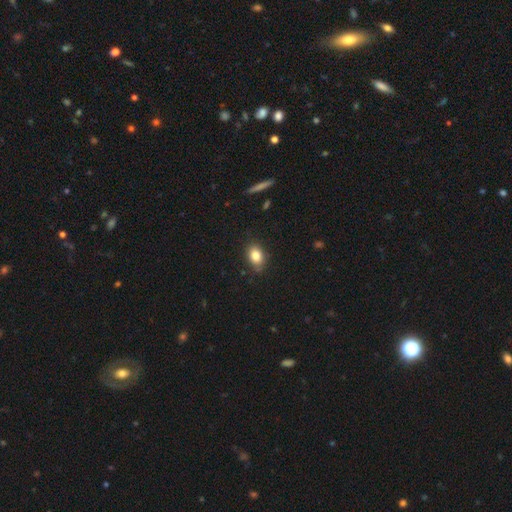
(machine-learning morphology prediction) smooth_or_featured: smooth (p=0.83) [alt: star or artifact p=0.09]
how_rounded: in between (p=0.74) [alt: round p=0.24]
merging: none (p=0.82) [alt: minor disturbance p=0.14]